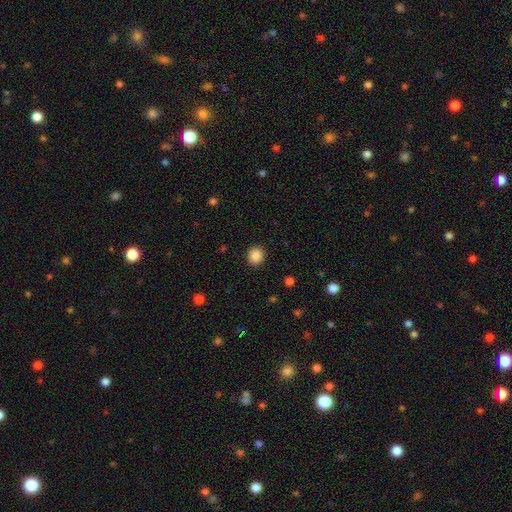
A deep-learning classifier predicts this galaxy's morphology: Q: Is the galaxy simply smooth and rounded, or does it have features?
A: smooth — 88%.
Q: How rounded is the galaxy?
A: round — 75%.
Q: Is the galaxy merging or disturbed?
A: none — 90%.